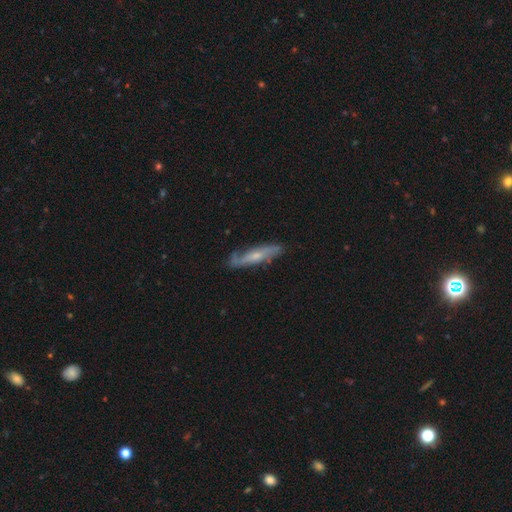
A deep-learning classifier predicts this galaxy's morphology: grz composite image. It shows a featured or disk galaxy (66%). Merging: none (73%).